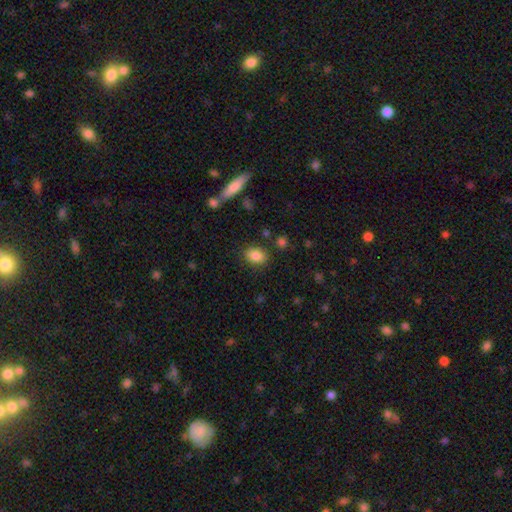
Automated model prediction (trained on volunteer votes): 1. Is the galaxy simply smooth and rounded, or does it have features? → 84% smooth, 9% star or artifact, 7% featured or disk.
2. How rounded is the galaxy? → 68% in between, 31% round, 1% cigar-shaped.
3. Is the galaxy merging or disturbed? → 83% none, 11% minor disturbance, 3% merger, 3% major disturbance.